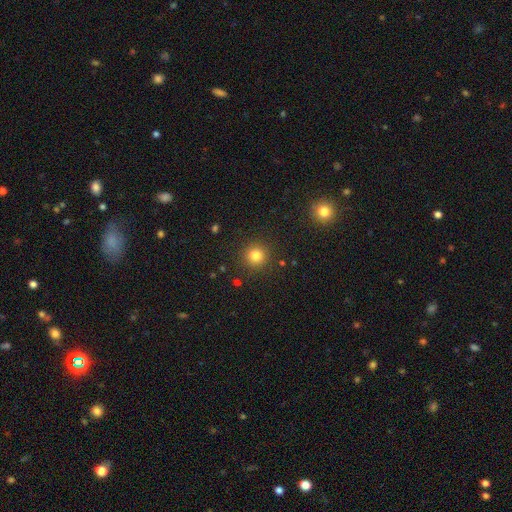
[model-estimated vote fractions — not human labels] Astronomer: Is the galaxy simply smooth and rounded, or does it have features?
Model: smooth — 81%.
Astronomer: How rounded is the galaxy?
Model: round — 94%.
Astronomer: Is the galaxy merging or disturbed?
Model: none — 90%.